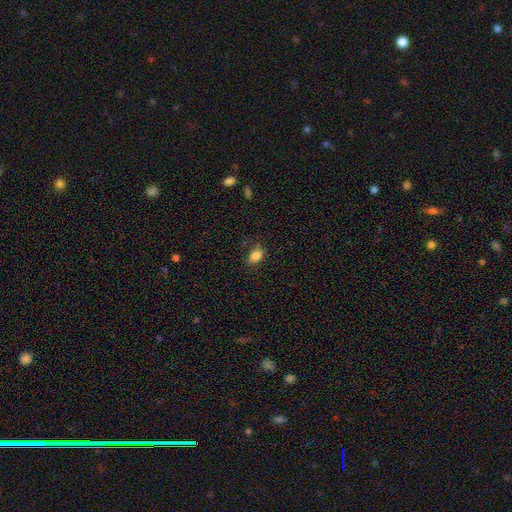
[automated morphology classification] smooth 84%, star or artifact 10%, featured or disk 6%. Down the decision tree: how rounded — in between (77%); merging — none (77%).